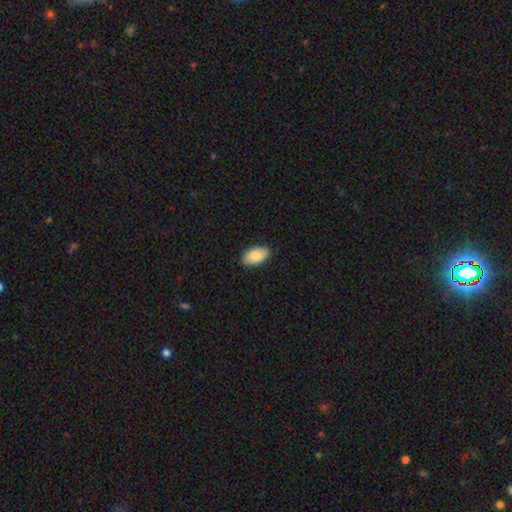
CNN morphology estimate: Smooth or featured: smooth — 86% (featured or disk — 8%)
How rounded: in between — 95% (round — 3%)
Merging: none — 89% (minor disturbance — 9%)